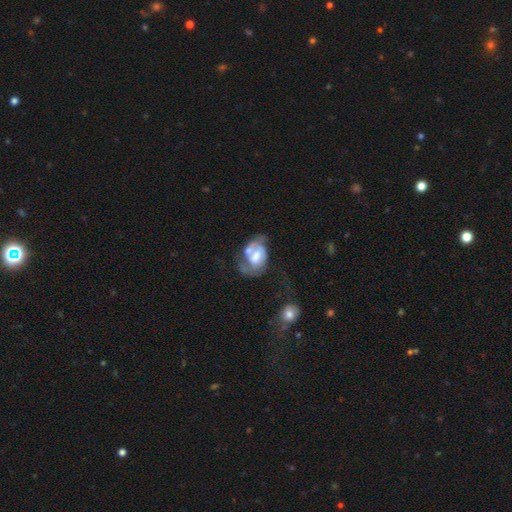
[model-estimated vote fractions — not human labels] This appears to be a featured or disk galaxy (61%) with no bar (52%), spiral arms (59%) and a moderate central bulge (45%). Merging: merger (33%).